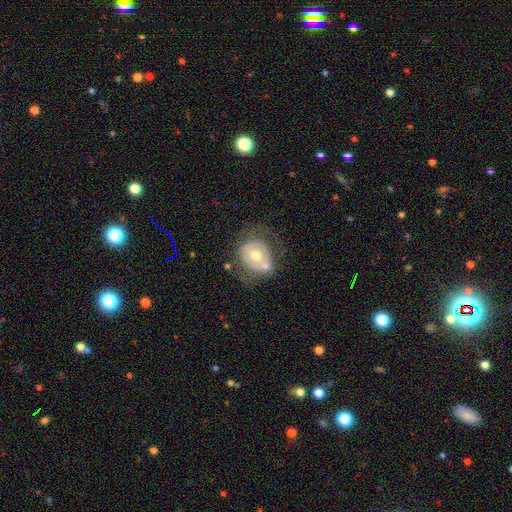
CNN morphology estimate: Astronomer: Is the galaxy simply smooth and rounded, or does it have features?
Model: featured or disk — 52% (runner-up: smooth, 41%).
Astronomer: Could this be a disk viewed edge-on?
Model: no — 96%.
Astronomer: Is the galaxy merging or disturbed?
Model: none — 42% (runner-up: minor disturbance, 23%).